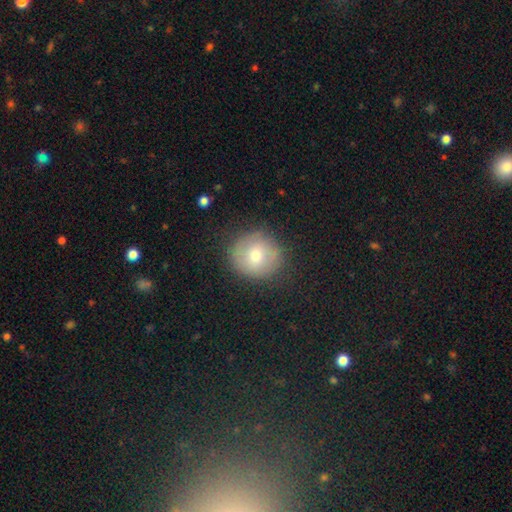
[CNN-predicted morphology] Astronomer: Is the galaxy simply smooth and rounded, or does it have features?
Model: smooth — 64%.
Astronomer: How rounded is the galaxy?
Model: round — 88%.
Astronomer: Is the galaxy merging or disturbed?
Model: none — 82%.